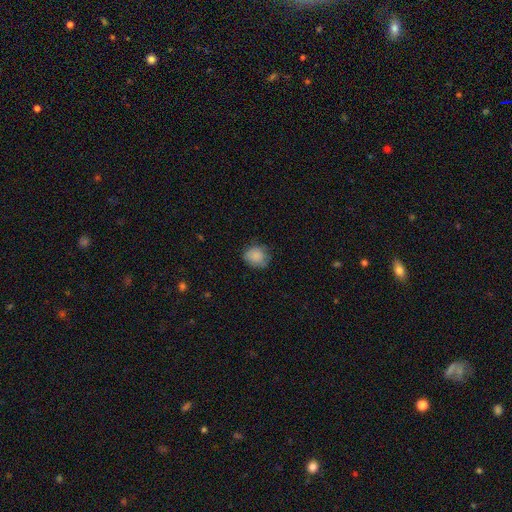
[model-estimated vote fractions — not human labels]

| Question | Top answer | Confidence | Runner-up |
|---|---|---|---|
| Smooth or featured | smooth | 84% | featured or disk (8%) |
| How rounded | round | 72% | in between (27%) |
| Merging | none | 70% | minor disturbance (23%) |